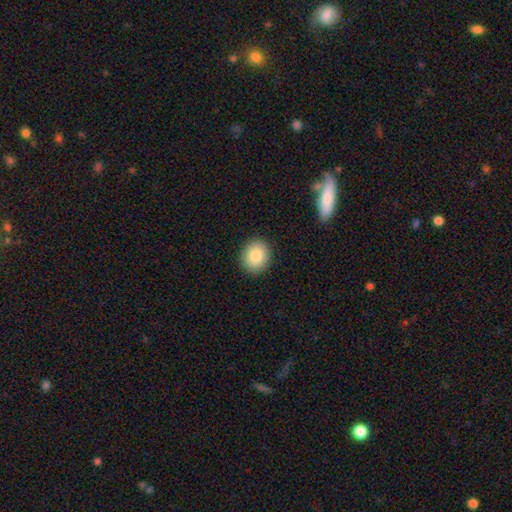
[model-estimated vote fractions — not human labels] This is clearly a smooth galaxy (85%). How rounded: likely round (76%). Merging: clearly none (91%).